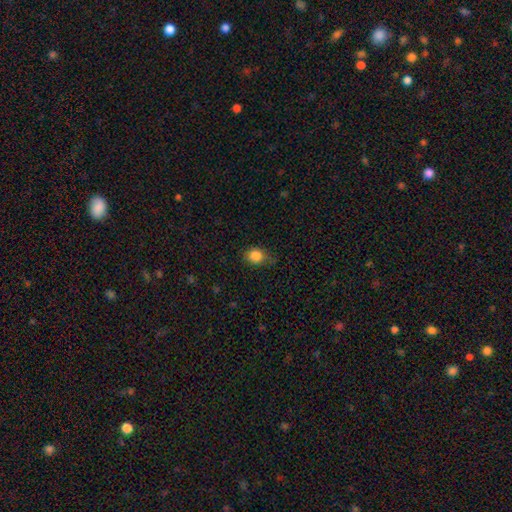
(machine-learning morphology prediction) Smooth or featured? smooth (85%)
How rounded? round (67%)
Merging? none (68%)